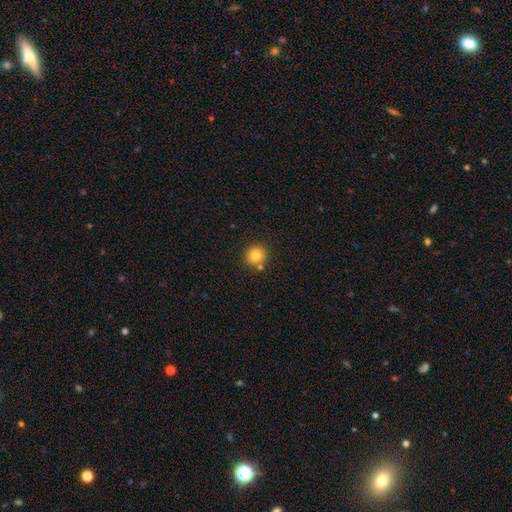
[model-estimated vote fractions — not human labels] Smooth or featured?
  - smooth: 80% *
  - star or artifact: 12%
  - featured or disk: 8%
How rounded?
  - round: 91% *
  - in between: 8%
  - cigar-shaped: 1%
Merging?
  - none: 80% *
  - merger: 10%
  - minor disturbance: 9%
  - major disturbance: 2%